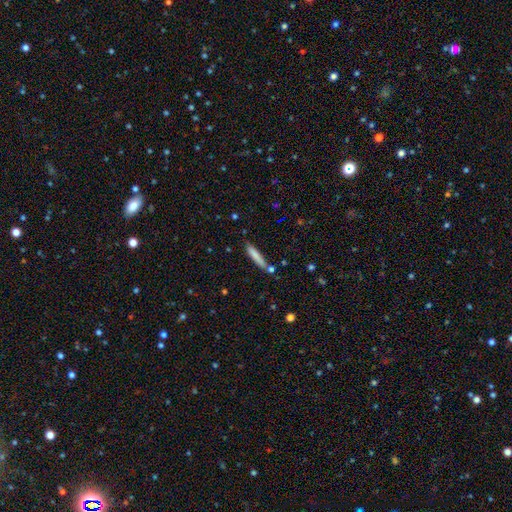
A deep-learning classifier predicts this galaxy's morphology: smooth-or-featured: smooth: 78% | featured or disk: 15% | star or artifact: 7%
  how-rounded: cigar-shaped: 90% | in between: 8% | round: 1%
  merging: none: 76% | minor disturbance: 14% | merger: 7% | major disturbance: 3%